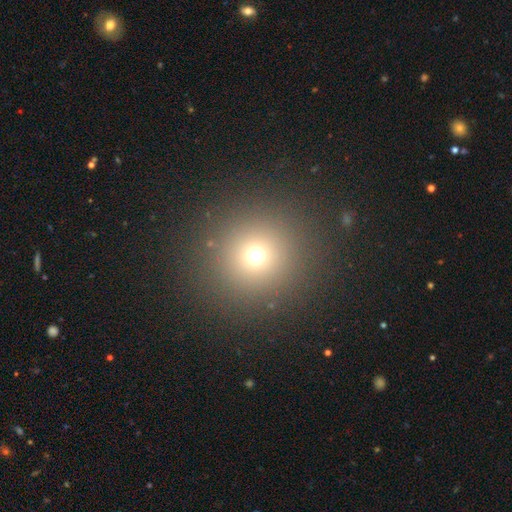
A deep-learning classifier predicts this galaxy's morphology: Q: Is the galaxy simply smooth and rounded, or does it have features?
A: smooth — 68%.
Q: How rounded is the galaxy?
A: round — 93%.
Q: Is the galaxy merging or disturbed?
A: none — 88%.